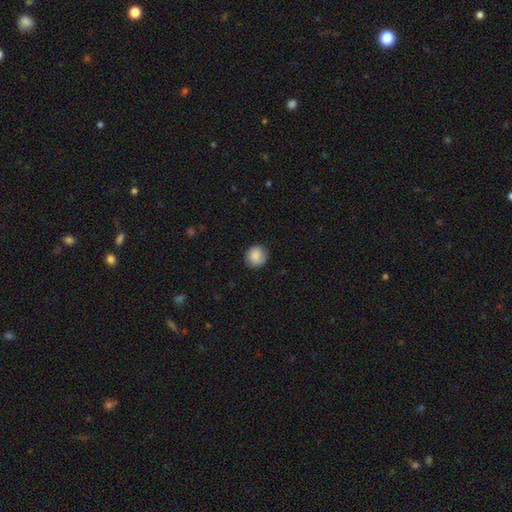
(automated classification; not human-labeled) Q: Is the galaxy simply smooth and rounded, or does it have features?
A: smooth — 86%.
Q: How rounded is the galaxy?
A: round — 89%.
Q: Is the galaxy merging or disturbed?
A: none — 84%.